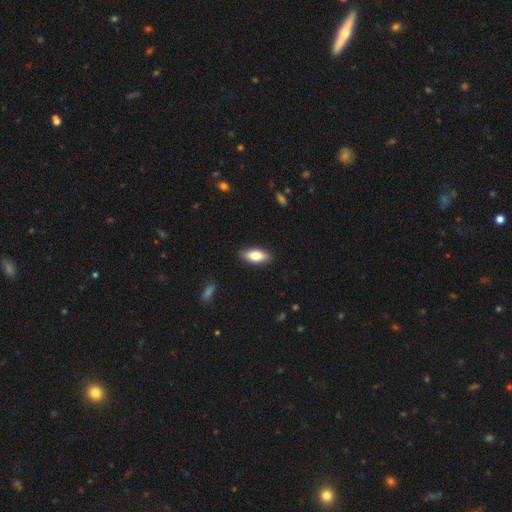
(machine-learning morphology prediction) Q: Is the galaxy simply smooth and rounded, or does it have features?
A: smooth — 77%.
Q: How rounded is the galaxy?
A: in between — 85%.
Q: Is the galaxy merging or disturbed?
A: none — 88%.